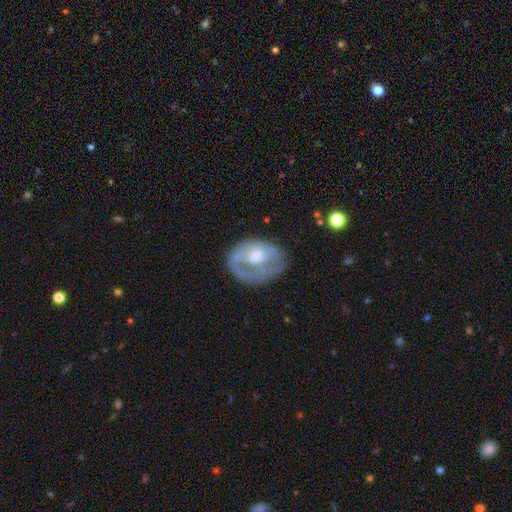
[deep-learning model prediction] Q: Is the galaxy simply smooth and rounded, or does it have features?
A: featured or disk — 61%.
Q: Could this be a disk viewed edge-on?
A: no — 96%.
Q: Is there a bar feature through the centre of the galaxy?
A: no — 69%.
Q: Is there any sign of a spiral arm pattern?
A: no — 51%.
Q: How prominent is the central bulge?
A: moderate — 58%.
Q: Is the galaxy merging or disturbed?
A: none — 49%.